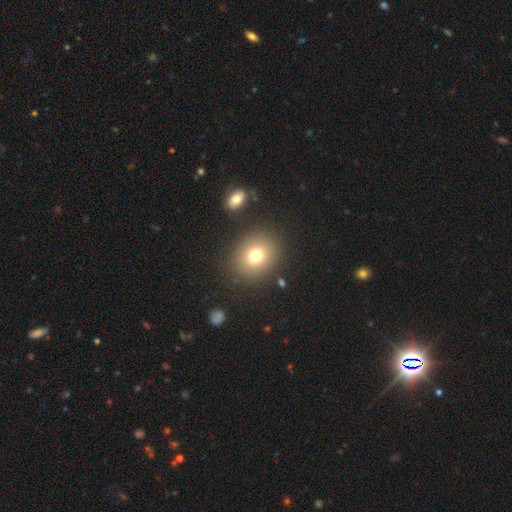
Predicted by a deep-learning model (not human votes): Smooth or featured: smooth — 75% (star or artifact — 14%)
How rounded: round — 67% (in between — 32%)
Merging: none — 85% (minor disturbance — 8%)